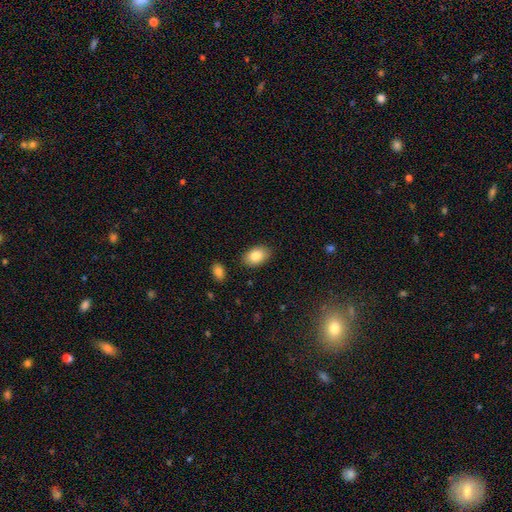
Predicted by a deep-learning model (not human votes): This appears to be a smooth galaxy with no disk features (85%) that is in between round and cigar-shaped (88%). Merging: none (86%).